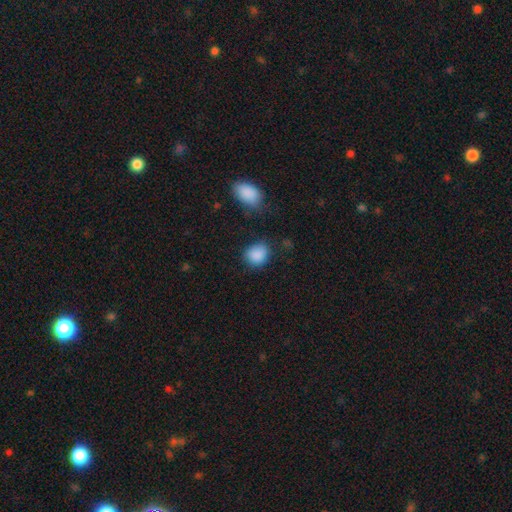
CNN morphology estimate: Smooth or featured?
  - smooth: 87% *
  - star or artifact: 9%
  - featured or disk: 4%
How rounded?
  - round: 61% *
  - in between: 38%
  - cigar-shaped: 1%
Merging?
  - none: 69% *
  - minor disturbance: 22%
  - major disturbance: 6%
  - merger: 3%